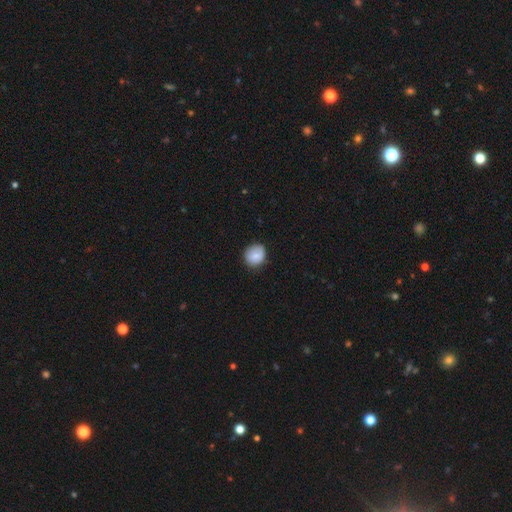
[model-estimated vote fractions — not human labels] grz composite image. It shows a smooth galaxy with no disk features (81%) that is round (78%). Merging: none (78%).